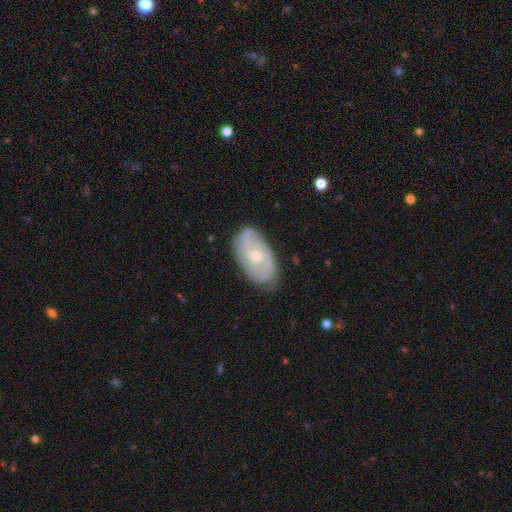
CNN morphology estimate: smooth-or-featured: featured or disk: 72% | smooth: 22% | star or artifact: 6%
  disk-edge-on: no: 95% | yes: 5%
    bar: no: 68% | weak: 28% | strong: 4%
    has-spiral-arms: yes: 85% | no: 15%
      spiral-winding: tight: 49% | medium: 37% | loose: 14%
      spiral-arm-count: 2: 44% | can't tell: 33% | 3: 12% | 1: 4% | 4: 4% | more than 4: 3%
    bulge-size: moderate: 53% | small: 43% | large: 2% | none: 1% | dominant: 1%
  merging: none: 75% | minor disturbance: 19% | major disturbance: 4% | merger: 1%